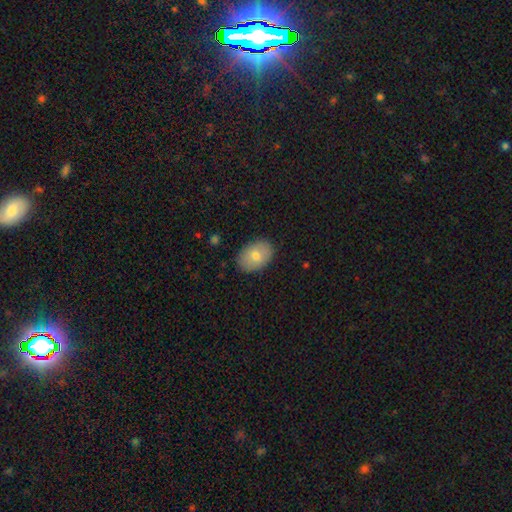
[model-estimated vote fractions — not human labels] Smooth or featured? smooth (75%)
How rounded? in between (81%)
Merging? none (87%)